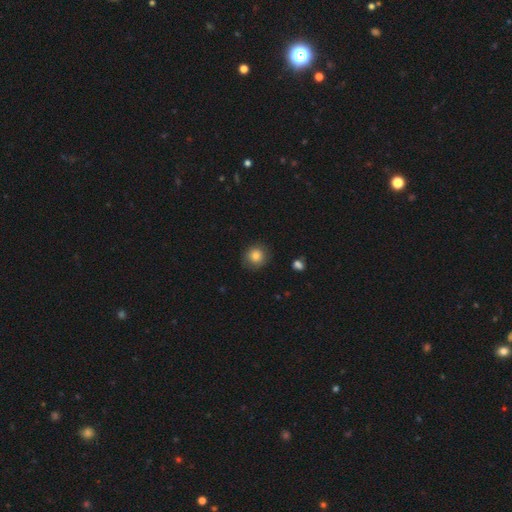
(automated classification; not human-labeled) Morphology: type=smooth (82%); roundness=round (89%); merging=none (84%).